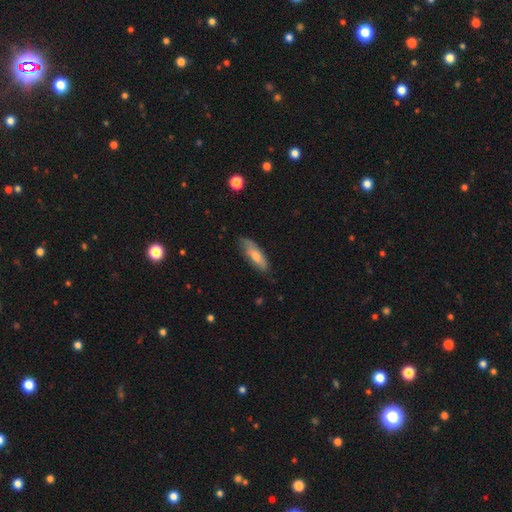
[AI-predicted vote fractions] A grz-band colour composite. It shows a smooth galaxy with no disk features (65%) that is in between round and cigar-shaped (50%). Merging: none (75%).